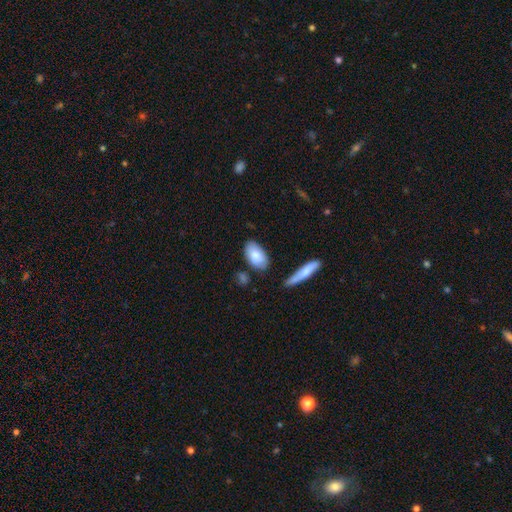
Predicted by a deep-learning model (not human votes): Smooth or featured? Predicted: smooth (p=0.83). How rounded? Predicted: in between (p=0.93). Merging? Predicted: none (p=0.73).